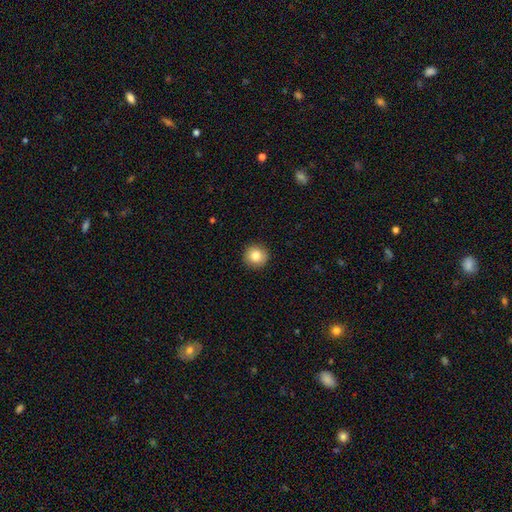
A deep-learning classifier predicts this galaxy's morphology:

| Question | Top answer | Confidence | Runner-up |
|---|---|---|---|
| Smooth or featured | smooth | 83% | star or artifact (9%) |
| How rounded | round | 94% | in between (5%) |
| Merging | none | 92% | minor disturbance (6%) |